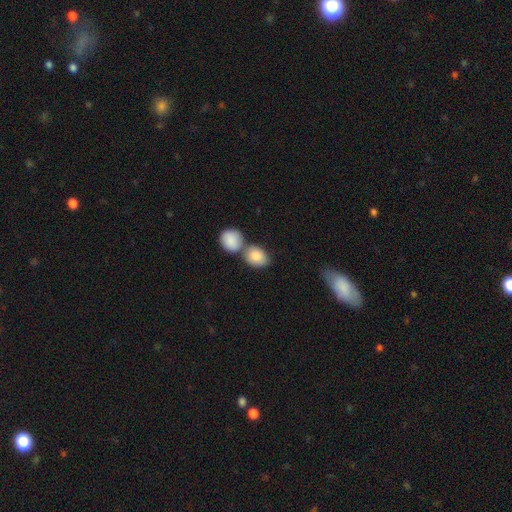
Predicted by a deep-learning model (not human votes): A smooth galaxy with no disk features (85%) that is in between round and cigar-shaped (61%).

Vote fractions:
- Smooth or featured? smooth: 85% / featured or disk: 9% / star or artifact: 6%
- How rounded? in between: 61% / round: 38% / cigar-shaped: 2%
- Merging? merger: 52% / none: 34% / minor disturbance: 10% / major disturbance: 4%